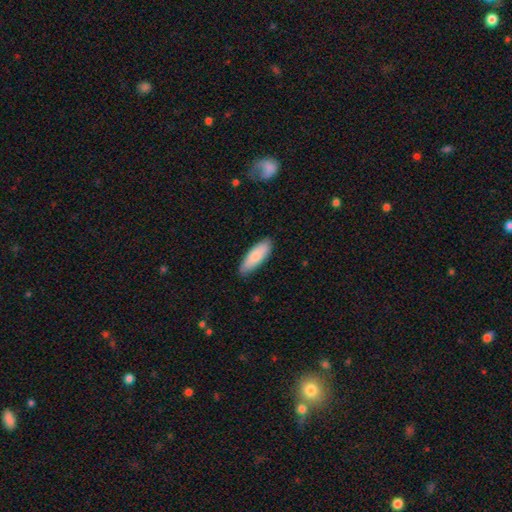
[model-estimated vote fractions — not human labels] This is clearly a smooth galaxy (85%). How rounded: likely in between (65%). Merging: clearly none (87%).